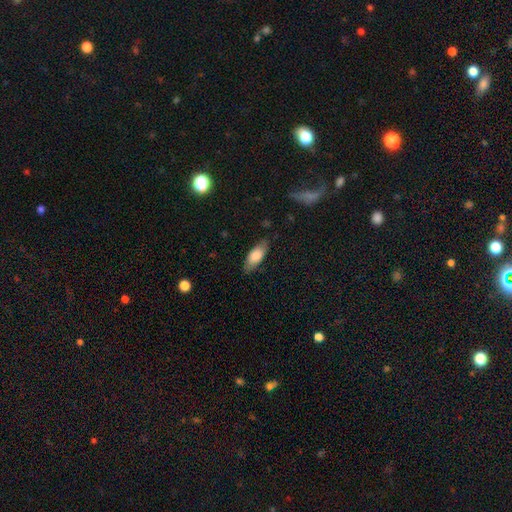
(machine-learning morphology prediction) smooth 79%, featured or disk 15%, star or artifact 6%. Down the decision tree: how rounded — in between (79%); merging — none (80%).